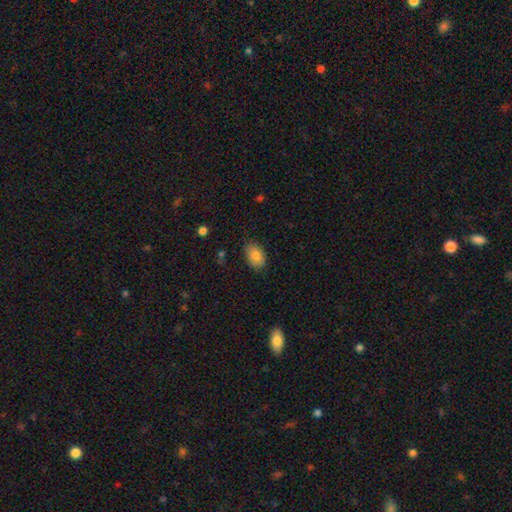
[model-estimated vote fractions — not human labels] Smooth or featured: smooth — 85% (featured or disk — 8%)
How rounded: in between — 85% (round — 14%)
Merging: none — 82% (minor disturbance — 14%)